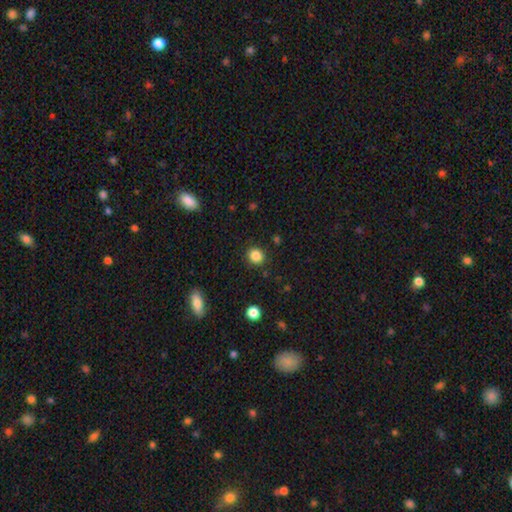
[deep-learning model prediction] Smooth or featured?
  - smooth: 85% *
  - star or artifact: 11%
  - featured or disk: 4%
How rounded?
  - round: 84% *
  - in between: 15%
  - cigar-shaped: 1%
Merging?
  - none: 90% *
  - minor disturbance: 6%
  - major disturbance: 2%
  - merger: 1%